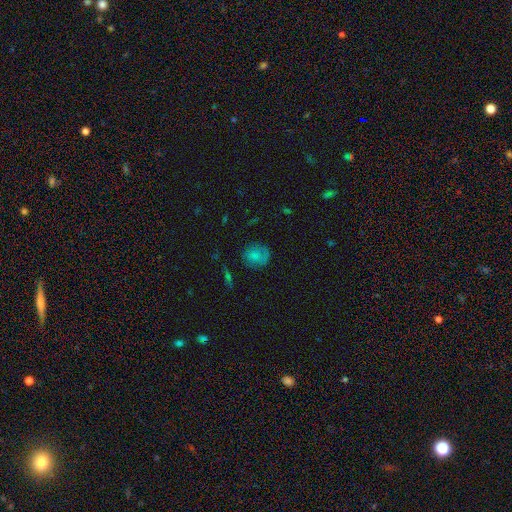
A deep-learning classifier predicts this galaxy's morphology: A smooth galaxy with no disk features (72%) that is round (82%).

Vote fractions:
- Smooth or featured? smooth: 72% / featured or disk: 17% / star or artifact: 11%
- How rounded? round: 82% / in between: 17% / cigar-shaped: 1%
- Merging? none: 74% / minor disturbance: 19% / major disturbance: 6% / merger: 2%